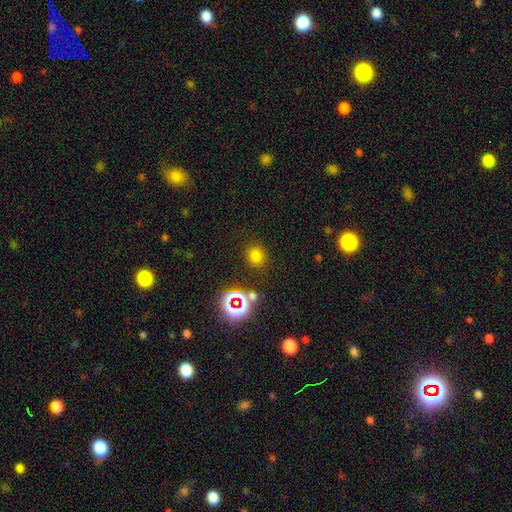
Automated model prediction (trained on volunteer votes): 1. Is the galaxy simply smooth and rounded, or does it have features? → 72% smooth, 23% star or artifact, 5% featured or disk.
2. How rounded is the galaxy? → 81% round, 18% in between, 1% cigar-shaped.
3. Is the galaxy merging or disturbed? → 86% none, 8% minor disturbance, 3% major disturbance, 3% merger.